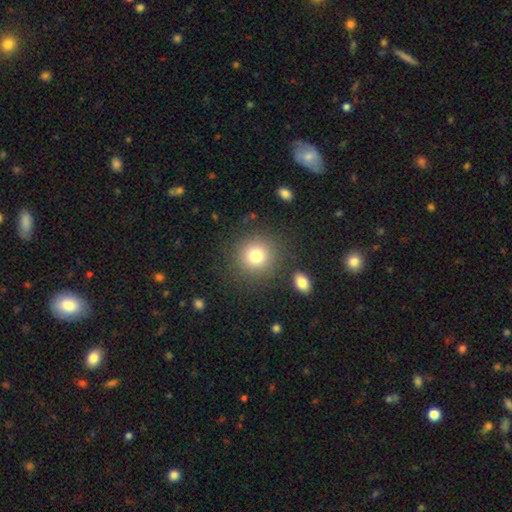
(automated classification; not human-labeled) Smooth or featured? smooth (78%)
How rounded? round (91%)
Merging? none (85%)